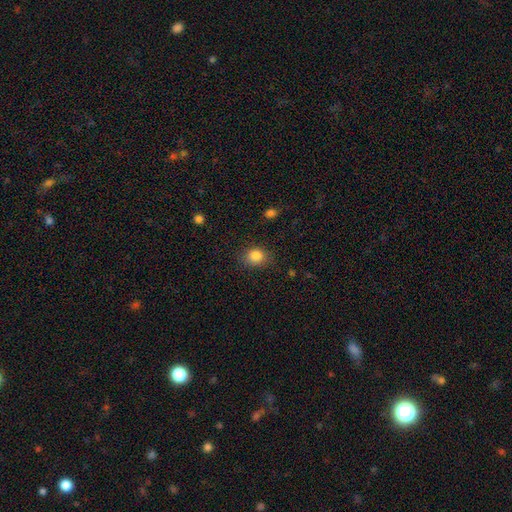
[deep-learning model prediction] Overall: smooth (84%). How rounded: round (56%; in between 43%). Merging: none (83%).